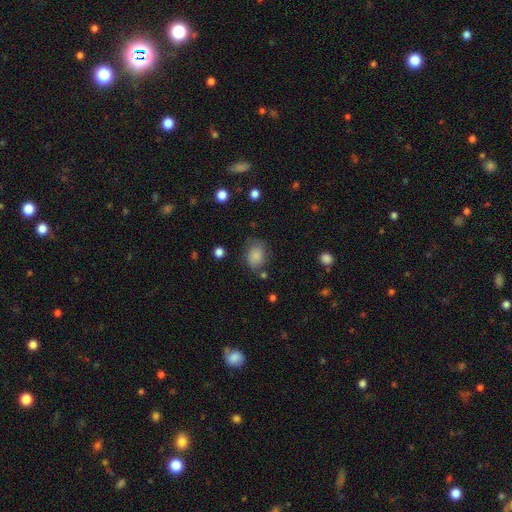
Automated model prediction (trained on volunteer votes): The model was most divided on "how rounded": in between: 60%, round: 39%, cigar-shaped: 1%. More confident: smooth or featured — smooth (83%); merging — none (66%).